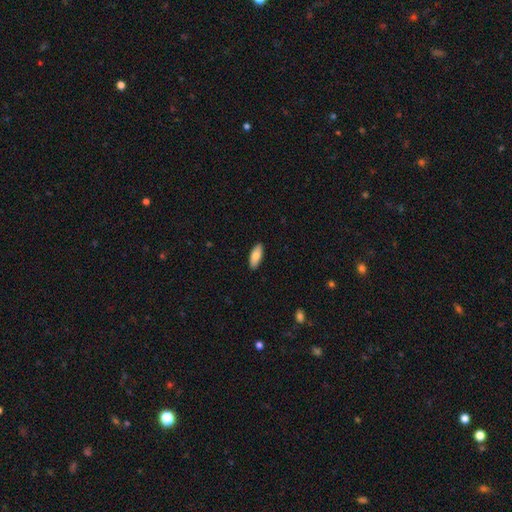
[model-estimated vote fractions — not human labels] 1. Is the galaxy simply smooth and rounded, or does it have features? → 82% smooth, 12% featured or disk, 6% star or artifact.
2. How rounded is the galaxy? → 82% in between, 16% cigar-shaped, 2% round.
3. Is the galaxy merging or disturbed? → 90% none, 8% minor disturbance, 2% major disturbance, 1% merger.